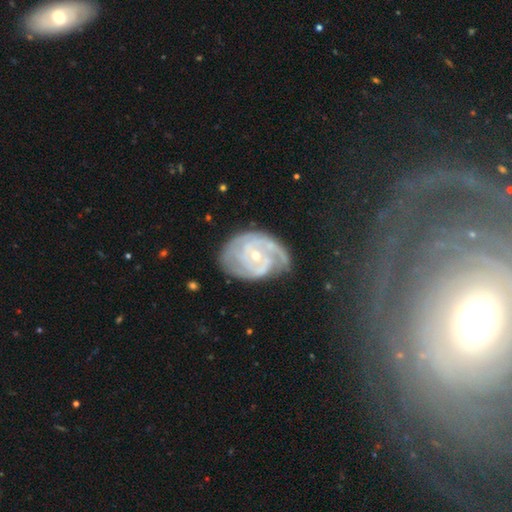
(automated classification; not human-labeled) Smooth or featured?
  - featured or disk: 85% *
  - smooth: 8%
  - star or artifact: 6%
Edge-on disk?
  - no: 97% *
  - yes: 3%
Bar?
  - no: 64% *
  - weak: 29%
  - strong: 7%
Spiral arms?
  - yes: 94% *
  - no: 6%
Spiral winding?
  - tight: 61% *
  - medium: 31%
  - loose: 9%
Spiral arm count?
  - 2: 34% *
  - can't tell: 28%
  - 3: 18%
  - 1: 10%
  - 4: 6%
  - more than 4: 5%
Bulge size?
  - small: 67% *
  - moderate: 30%
  - large: 1%
  - none: 1%
  - dominant: 1%
Merging?
  - none: 54% *
  - minor disturbance: 27%
  - major disturbance: 16%
  - merger: 3%